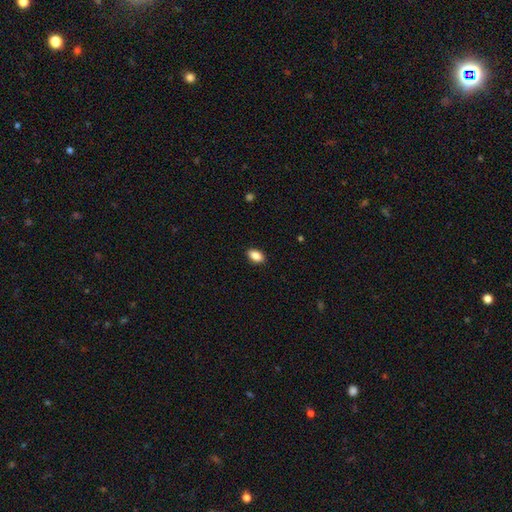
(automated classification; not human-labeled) Smooth or featured? Predicted: smooth (p=0.88). How rounded? Predicted: in between (p=0.91). Merging? Predicted: none (p=0.89).